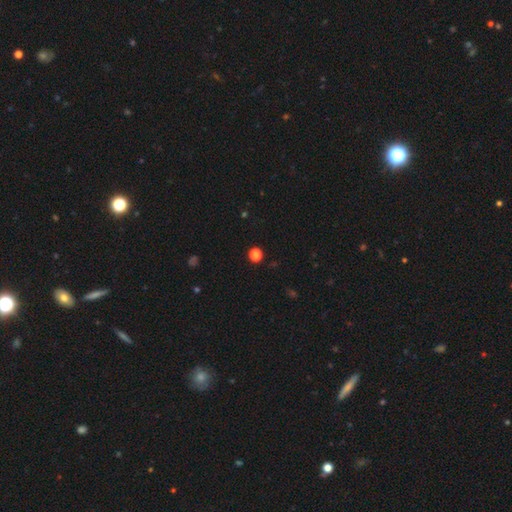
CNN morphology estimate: Smooth or featured: smooth — 72% (star or artifact — 25%)
How rounded: round — 77% (in between — 22%)
Merging: none — 88% (minor disturbance — 7%)